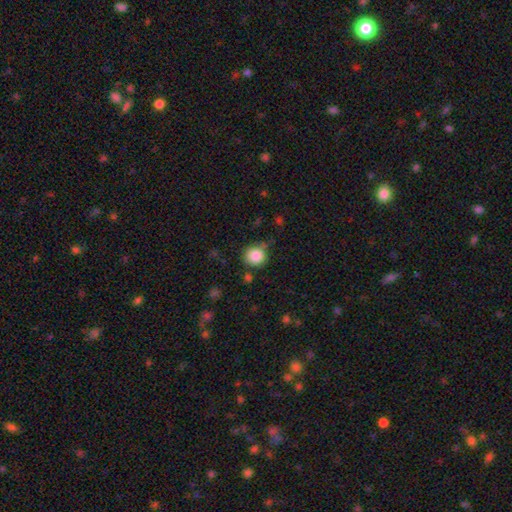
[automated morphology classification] Overall: smooth (86%). How rounded: round (91%). Merging: none (76%).